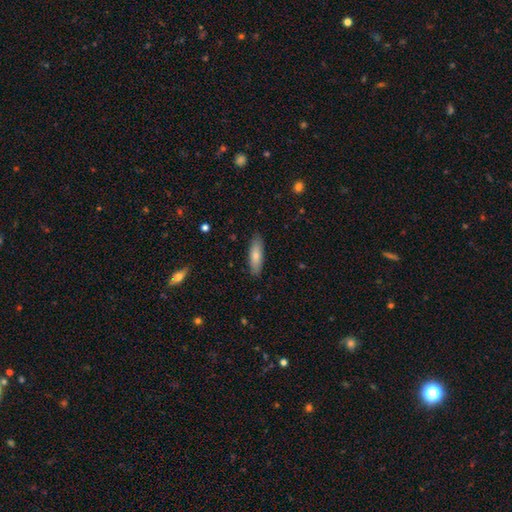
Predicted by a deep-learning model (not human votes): Smooth or featured? Predicted: smooth (p=0.78). How rounded? Predicted: cigar-shaped (p=0.51). Merging? Predicted: none (p=0.88).